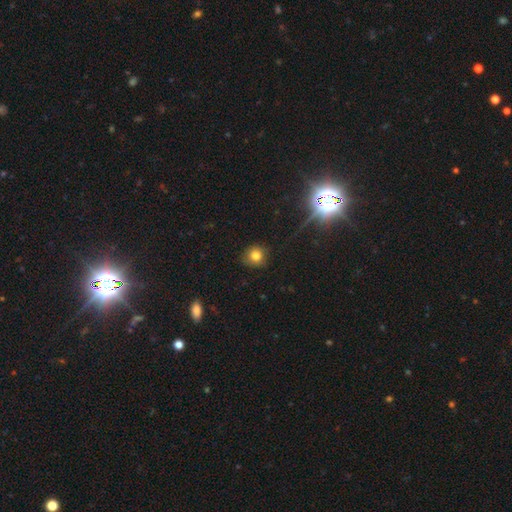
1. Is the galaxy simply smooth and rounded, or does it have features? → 80% smooth, 12% star or artifact, 8% featured or disk.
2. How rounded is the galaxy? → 78% round, 22% in between, 0% cigar-shaped.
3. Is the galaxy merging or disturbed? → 83% none, 14% minor disturbance, 3% major disturbance, 0% merger.